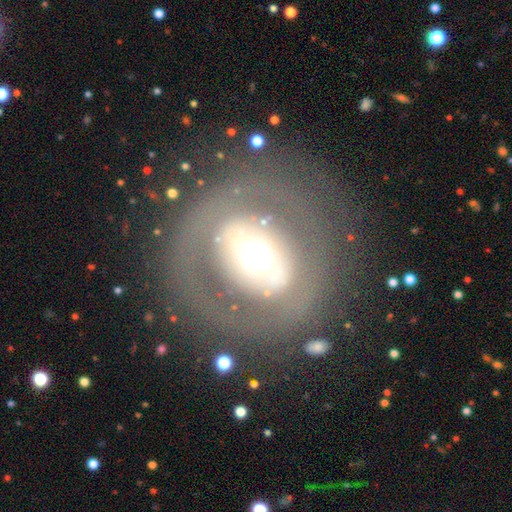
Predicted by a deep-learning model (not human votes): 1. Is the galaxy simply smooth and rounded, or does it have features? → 56% featured or disk, 34% smooth, 10% star or artifact.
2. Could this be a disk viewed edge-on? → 92% no, 8% yes.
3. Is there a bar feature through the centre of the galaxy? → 46% no, 30% strong, 25% weak.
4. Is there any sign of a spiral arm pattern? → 82% no, 18% yes.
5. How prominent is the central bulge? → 45% moderate, 33% large, 11% dominant, 10% small, 1% none.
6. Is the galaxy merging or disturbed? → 76% none, 11% major disturbance, 11% minor disturbance, 2% merger.